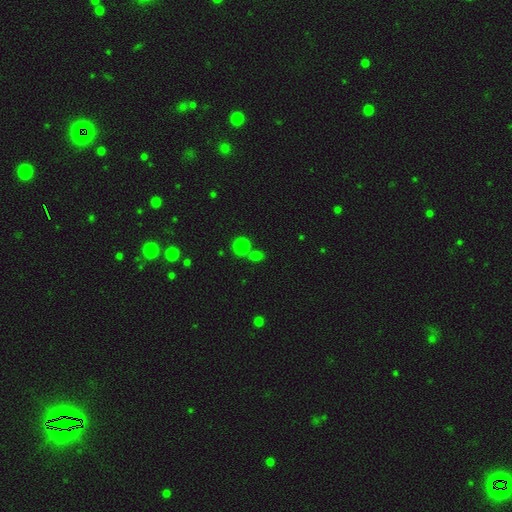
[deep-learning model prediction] Smooth or featured: smooth — 78% (star or artifact — 16%)
How rounded: round — 76% (in between — 23%)
Merging: none — 64% (merger — 24%)